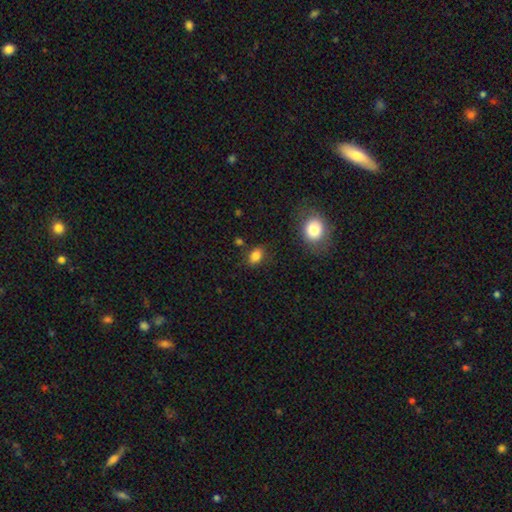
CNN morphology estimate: smooth 83%, star or artifact 11%, featured or disk 6%. Down the decision tree: how rounded — in between (77%); merging — none (78%).